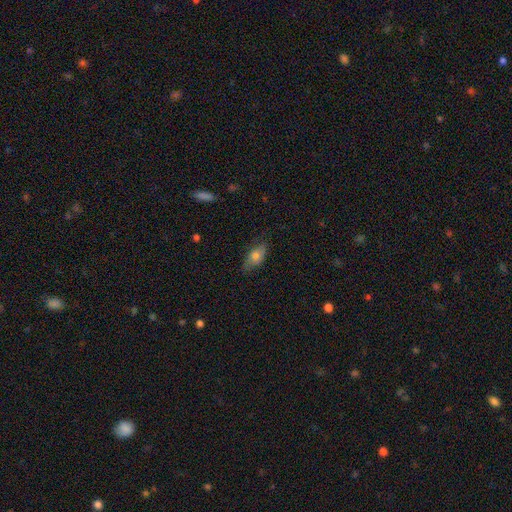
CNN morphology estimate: Q: Smooth or featured?
A: smooth (70%); runner-up: featured or disk (22%)
Q: How rounded?
A: in between (85%); runner-up: cigar-shaped (8%)
Q: Merging?
A: none (73%); runner-up: minor disturbance (21%)